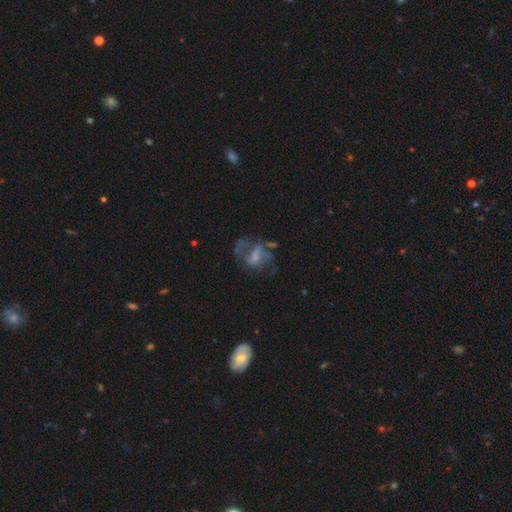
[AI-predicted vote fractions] Smooth or featured: featured or disk — 58% (smooth — 29%)
Edge-on disk: no — 97% (yes — 3%)
Bar: no — 48% (weak — 37%)
Spiral arms: no — 50% (tied with yes — 50%)
Bulge size: small — 36% (none — 32%)
Merging: major disturbance — 41% (none — 34%)